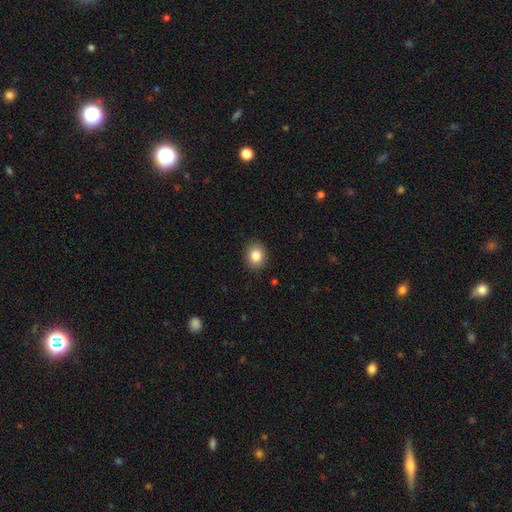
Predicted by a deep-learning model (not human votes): The model was most divided on "how rounded": round: 66%, in between: 33%, cigar-shaped: 1%. More confident: merging — none (90%); smooth or featured — smooth (84%).